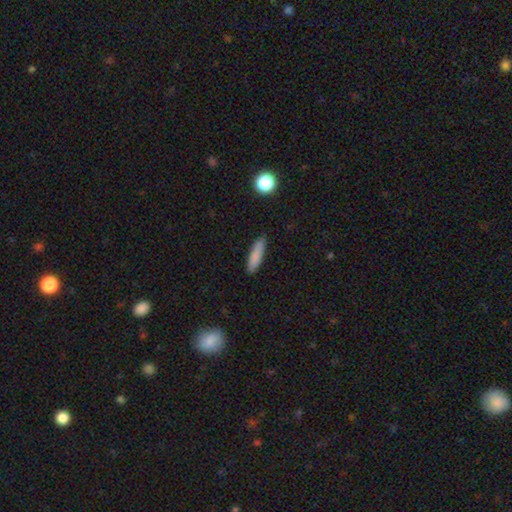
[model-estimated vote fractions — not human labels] A smooth galaxy with no disk features (84%) that is cigar-shaped (76%).

Vote fractions:
- Smooth or featured? smooth: 84% / featured or disk: 9% / star or artifact: 7%
- How rounded? cigar-shaped: 76% / in between: 23% / round: 2%
- Merging? none: 85% / minor disturbance: 12% / major disturbance: 2% / merger: 1%